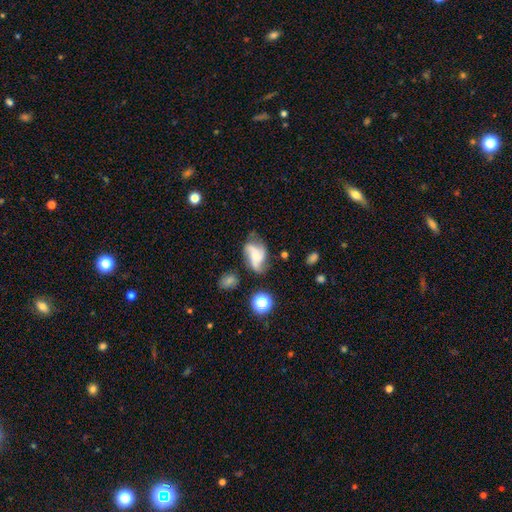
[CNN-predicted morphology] A featured or disk galaxy (65%) with no bar (62%), 3 (49%) loose (56%) spiral arms (90%) and a small central bulge (35%).

Vote fractions:
- Smooth or featured? featured or disk: 65% / smooth: 26% / star or artifact: 10%
- Edge-on disk? no: 96% / yes: 4%
- Bar? no: 62% / weak: 29% / strong: 9%
- Spiral arms? yes: 90% / no: 10%
- Spiral winding? loose: 56% / medium: 33% / tight: 11%
- Spiral arm count? 3: 49% / 2: 25% / can't tell: 10% / 4: 8% / 1: 4% / more than 4: 3%
- Bulge size? small: 35% / none: 30% / moderate: 23% / large: 9% / dominant: 3%
- Merging? none: 51% / minor disturbance: 23% / major disturbance: 19% / merger: 7%